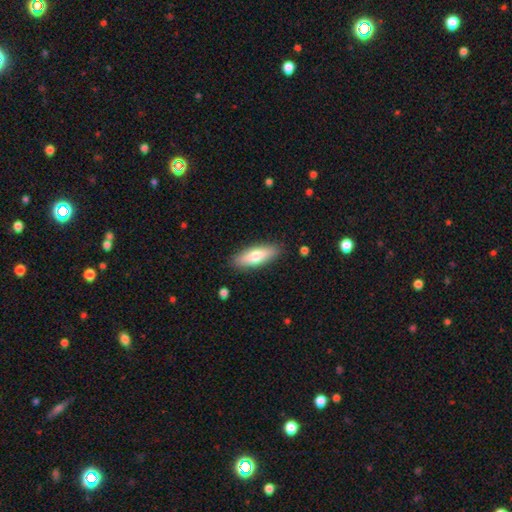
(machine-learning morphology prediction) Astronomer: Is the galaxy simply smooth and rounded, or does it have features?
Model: smooth — 70%.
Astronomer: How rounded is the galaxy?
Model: in between — 59% (runner-up: cigar-shaped, 39%).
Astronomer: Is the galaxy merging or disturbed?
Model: none — 87%.